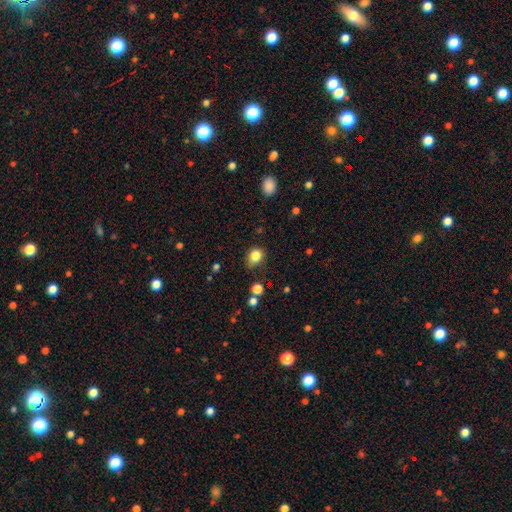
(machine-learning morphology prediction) Overall: smooth (83%). How rounded: round (60%; in between 39%). Merging: none (69%).